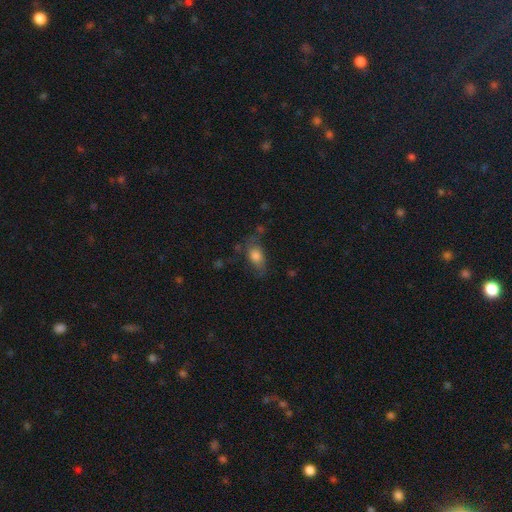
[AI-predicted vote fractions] Smooth or featured? Predicted: smooth (p=0.68). How rounded? Predicted: in between (p=0.79). Merging? Predicted: none (p=0.49).